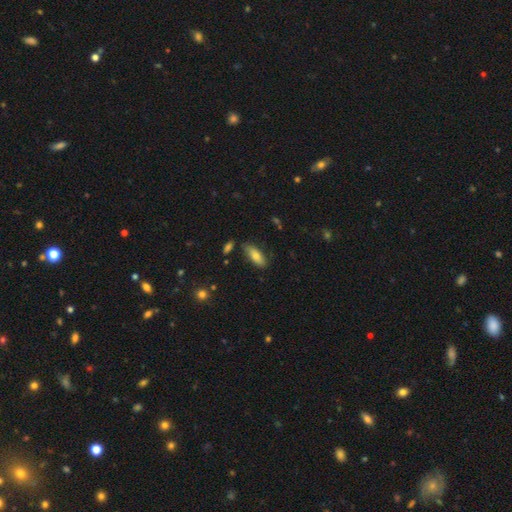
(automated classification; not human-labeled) Smooth or featured: smooth — 76% (featured or disk — 17%)
How rounded: in between — 69% (cigar-shaped — 29%)
Merging: none — 79% (minor disturbance — 15%)